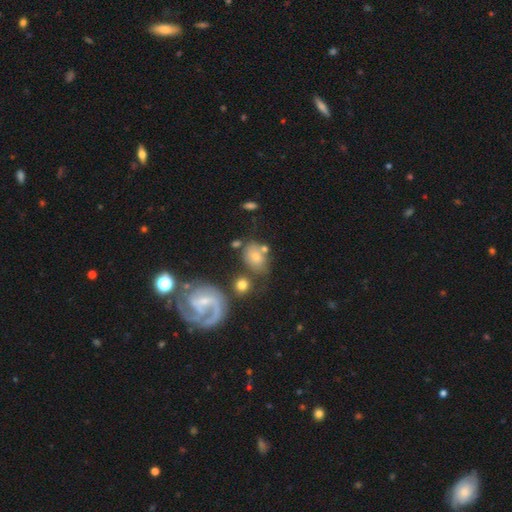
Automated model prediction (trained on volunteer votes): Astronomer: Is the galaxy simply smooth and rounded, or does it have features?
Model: smooth — 58%.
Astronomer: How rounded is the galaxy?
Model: in between — 62%.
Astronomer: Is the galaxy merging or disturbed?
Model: none — 54%.